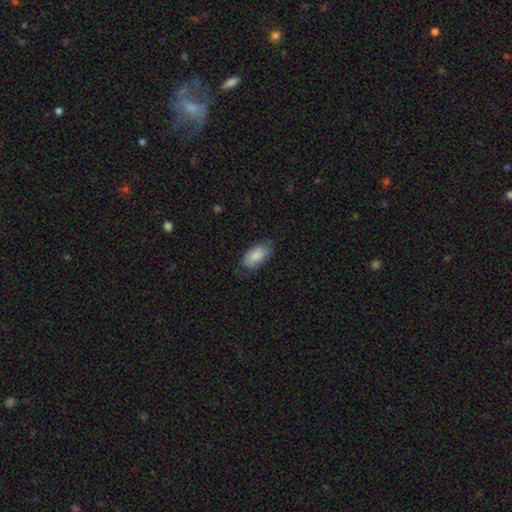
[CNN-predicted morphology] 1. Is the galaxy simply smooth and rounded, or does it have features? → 83% smooth, 11% featured or disk, 6% star or artifact.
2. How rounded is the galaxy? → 93% in between, 4% cigar-shaped, 3% round.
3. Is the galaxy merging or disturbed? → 68% none, 25% minor disturbance, 6% major disturbance, 1% merger.